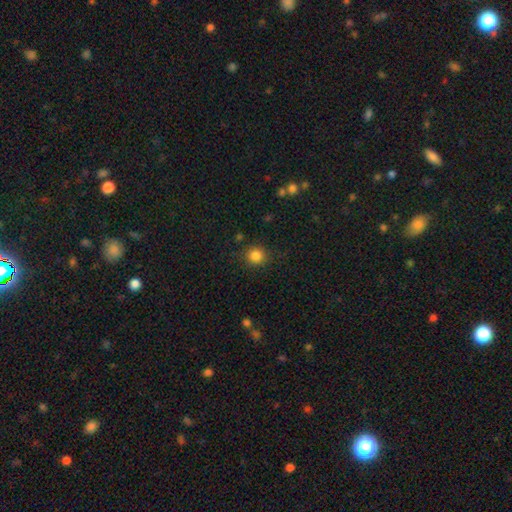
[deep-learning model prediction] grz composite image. It shows a smooth galaxy with no disk features (85%) that is round (89%). Merging: none (86%).